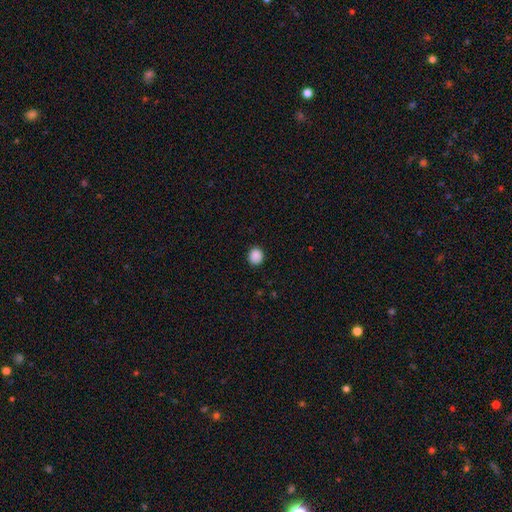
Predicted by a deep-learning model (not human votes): The model was most divided on "how rounded": round: 81%, in between: 18%, cigar-shaped: 1%. More confident: merging — none (91%); smooth or featured — smooth (89%).